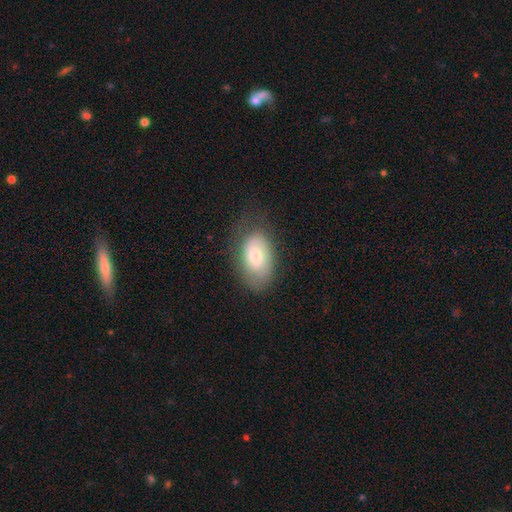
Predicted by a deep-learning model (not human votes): This is likely a smooth galaxy (70%). How rounded: clearly in between (92%). Merging: likely none (63%).